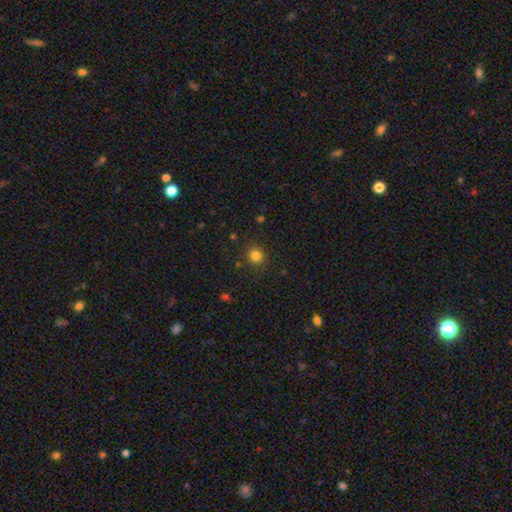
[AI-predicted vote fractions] Smooth or featured: smooth — 82% (star or artifact — 14%)
How rounded: round — 89% (in between — 11%)
Merging: none — 88% (minor disturbance — 8%)